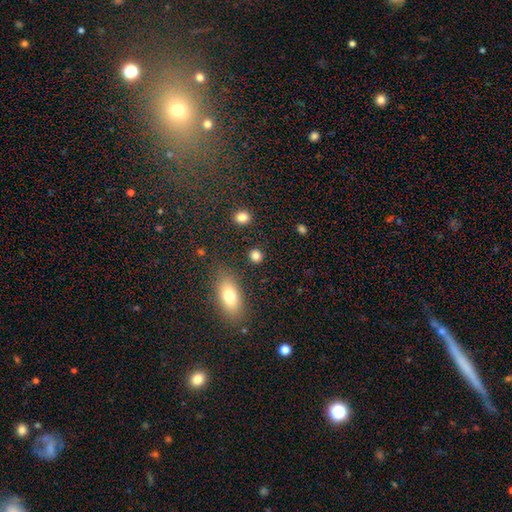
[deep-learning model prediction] Q: Smooth or featured?
A: smooth (84%); runner-up: star or artifact (11%)
Q: How rounded?
A: round (80%); runner-up: in between (18%)
Q: Merging?
A: none (87%); runner-up: minor disturbance (7%)